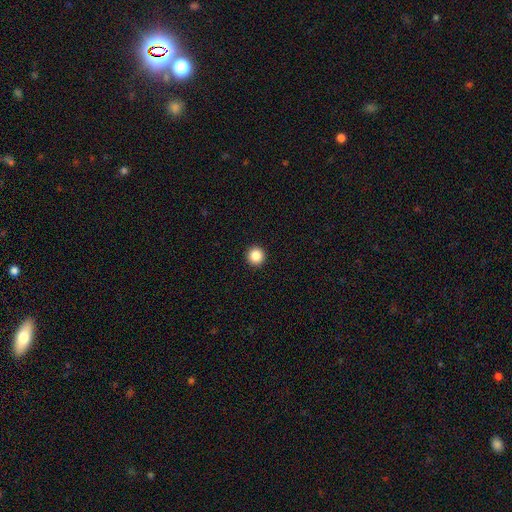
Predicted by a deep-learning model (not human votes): smooth-or-featured: smooth: 87% | star or artifact: 10% | featured or disk: 3%
  how-rounded: round: 96% | in between: 3% | cigar-shaped: 1%
  merging: none: 94% | minor disturbance: 4% | major disturbance: 1% | merger: 1%